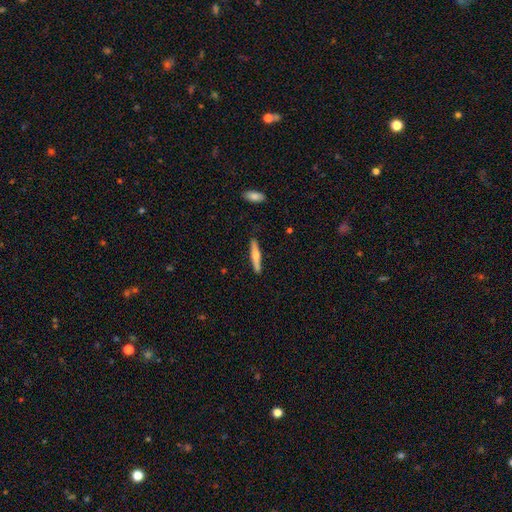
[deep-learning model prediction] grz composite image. It shows a smooth galaxy with no disk features (55%) that is cigar-shaped (90%). Merging: none (87%).